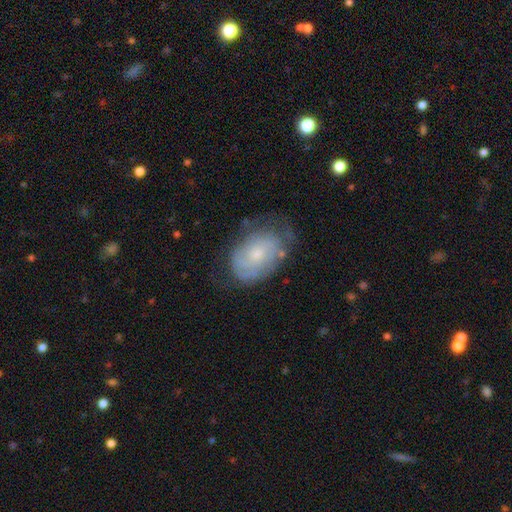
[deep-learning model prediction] A featured or disk galaxy (60%) with no bar (79%), spiral arms (75%) and a small central bulge (59%). Merging: none (59%).